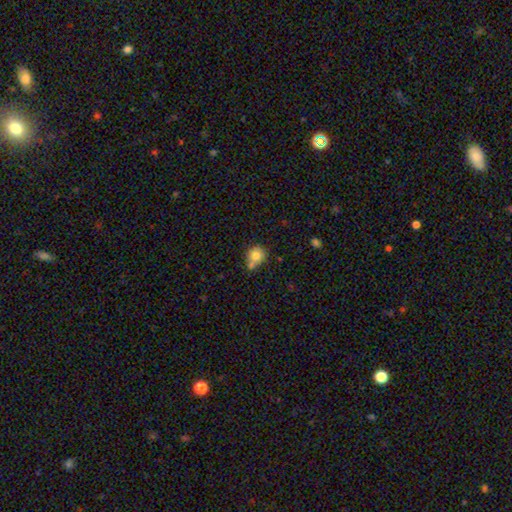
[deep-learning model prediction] smooth_or_featured: smooth (p=0.78) [alt: featured or disk p=0.13]
how_rounded: round (p=0.75) [alt: in between p=0.24]
merging: none (p=0.44) [alt: merger p=0.30]